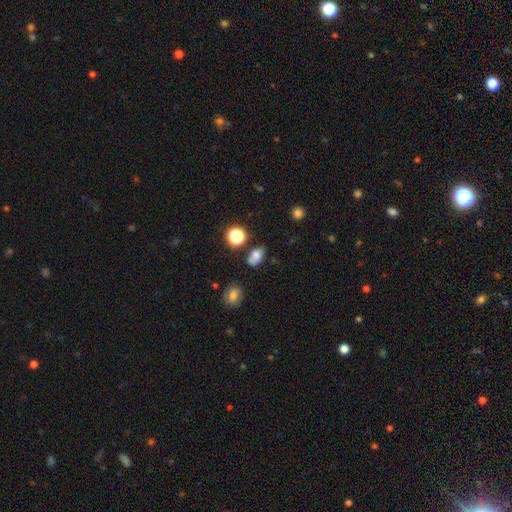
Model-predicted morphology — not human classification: Q: Smooth or featured?
A: smooth (70%); runner-up: star or artifact (17%)
Q: How rounded?
A: in between (75%); runner-up: round (23%)
Q: Merging?
A: none (60%); runner-up: minor disturbance (21%)